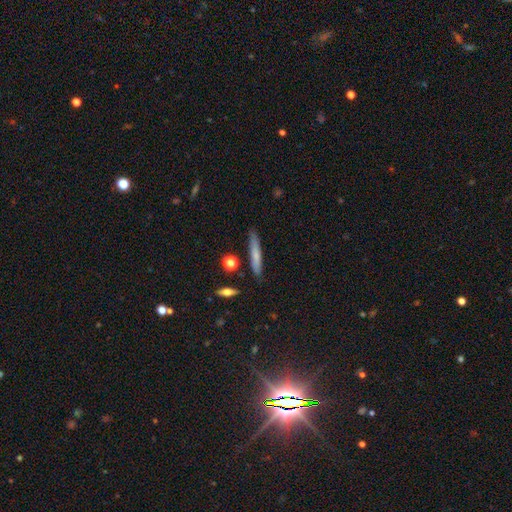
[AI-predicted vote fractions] This appears to be a smooth galaxy with no disk features (67%) that is cigar-shaped (92%). Merging: none (82%).